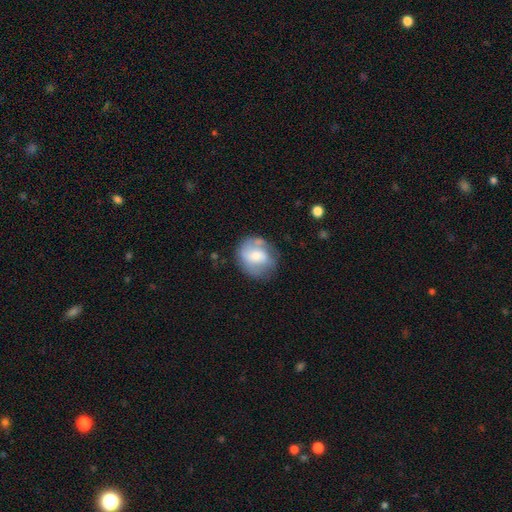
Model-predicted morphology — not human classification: type=smooth (51%); roundness=round (68%); merging=none (58%).